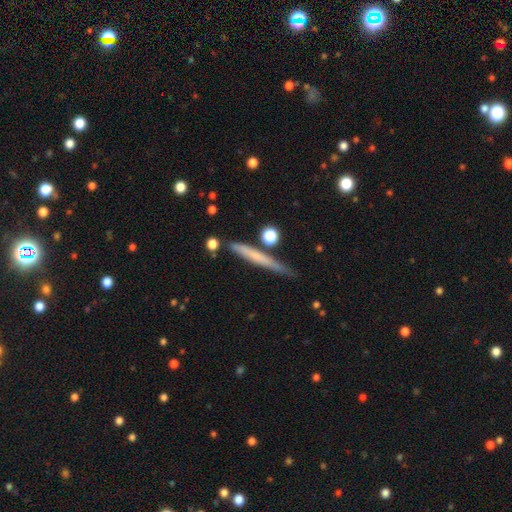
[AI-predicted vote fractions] smooth-or-featured: smooth: 57% | featured or disk: 37% | star or artifact: 7%
  how-rounded: cigar-shaped: 95% | in between: 3% | round: 2%
  merging: none: 75% | minor disturbance: 17% | merger: 5% | major disturbance: 3%